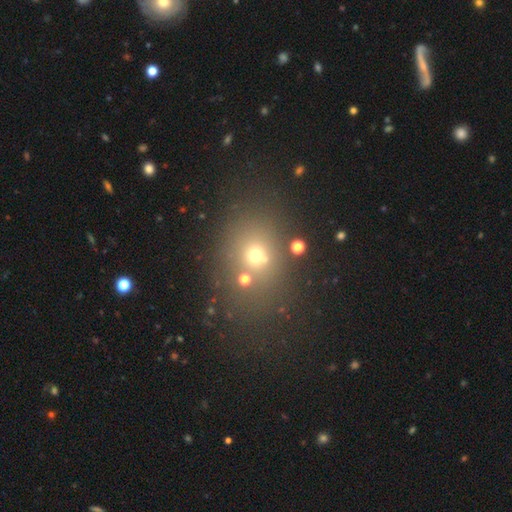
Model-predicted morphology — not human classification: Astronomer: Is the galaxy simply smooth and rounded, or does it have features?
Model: smooth — 61%.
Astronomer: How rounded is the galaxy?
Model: round — 53% (runner-up: in between, 45%).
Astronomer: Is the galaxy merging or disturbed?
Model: none — 66%.